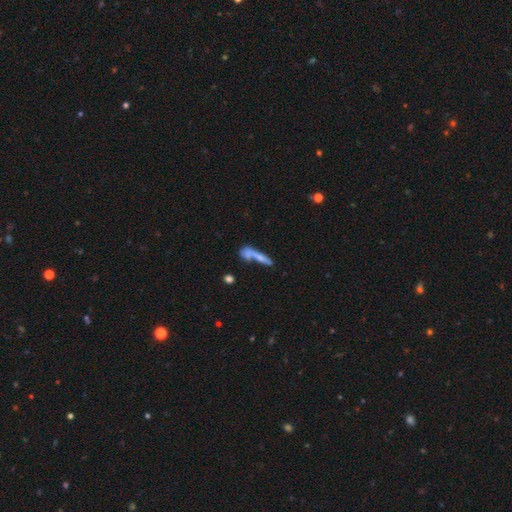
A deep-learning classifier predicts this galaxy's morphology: This is possibly a smooth galaxy (58%). How rounded: clearly cigar-shaped (82%). Merging: marginally none (42%).